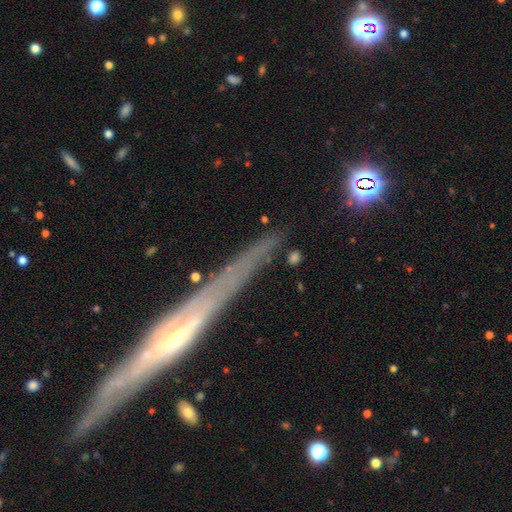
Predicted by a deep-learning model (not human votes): Smooth or featured: featured or disk — 74% (smooth — 16%)
Edge-on disk: yes — 89% (no — 11%)
Edge-on bulge: rounded — 47% (none — 42%)
Merging: none — 84% (minor disturbance — 11%)